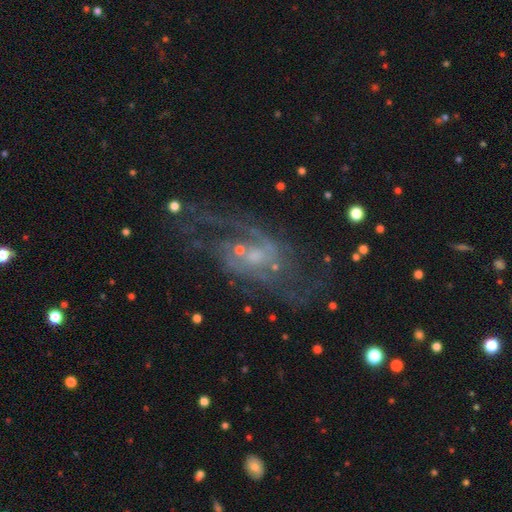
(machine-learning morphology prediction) Overall: featured or disk (86%). Edge-on disk: no (97%). Bar: no (54%; weak 39%). Spiral arms: yes (93%). Spiral arm count: 2 (71%). Spiral winding: medium (50%; loose 32%). Bulge size: small (57%; moderate 31%). Merging: none (59%).